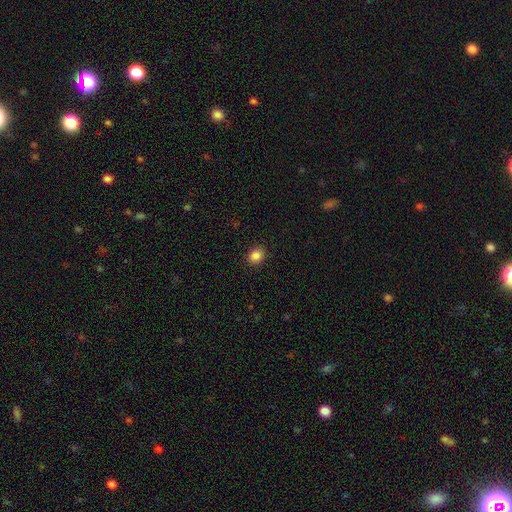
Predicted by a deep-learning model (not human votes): The model was most divided on "how rounded": round: 60%, in between: 39%, cigar-shaped: 1%. More confident: merging — none (90%); smooth or featured — smooth (86%).